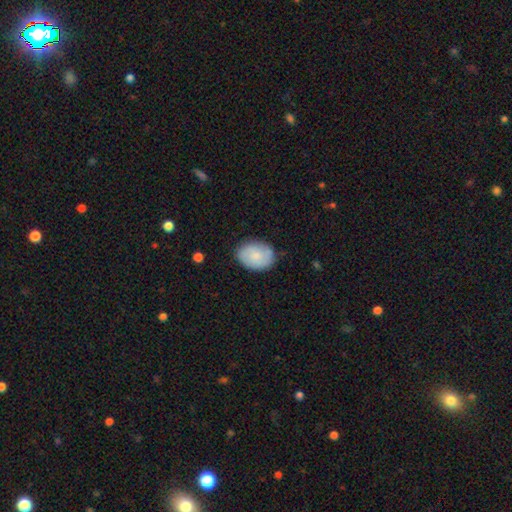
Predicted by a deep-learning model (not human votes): Smooth or featured? smooth (67%)
How rounded? in between (72%)
Merging? none (81%)